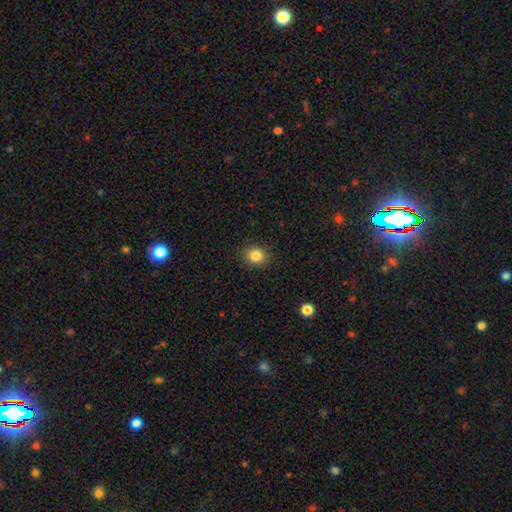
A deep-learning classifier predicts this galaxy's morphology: type=smooth (85%); roundness=round (71%); merging=none (90%).